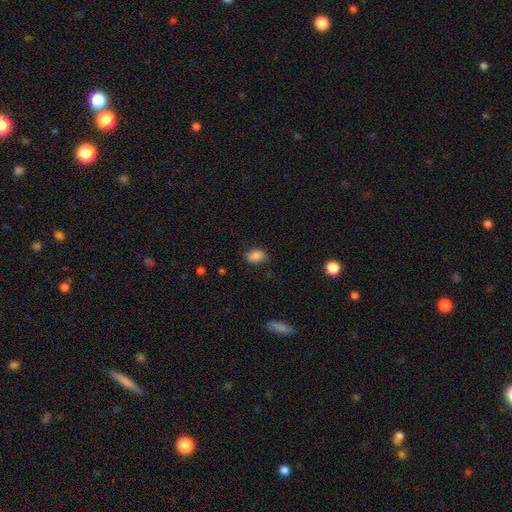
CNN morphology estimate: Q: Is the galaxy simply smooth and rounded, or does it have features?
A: smooth — 86%.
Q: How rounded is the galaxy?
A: in between — 77%.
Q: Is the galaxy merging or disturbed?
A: none — 81%.